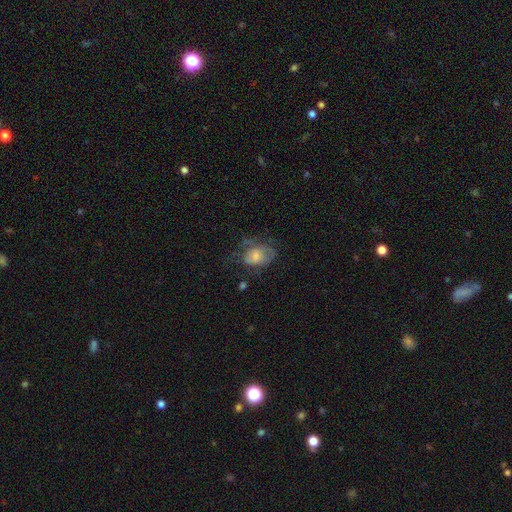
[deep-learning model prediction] Smooth or featured: smooth — 46% (featured or disk — 43%)
Merging: none — 44% (major disturbance — 28%)